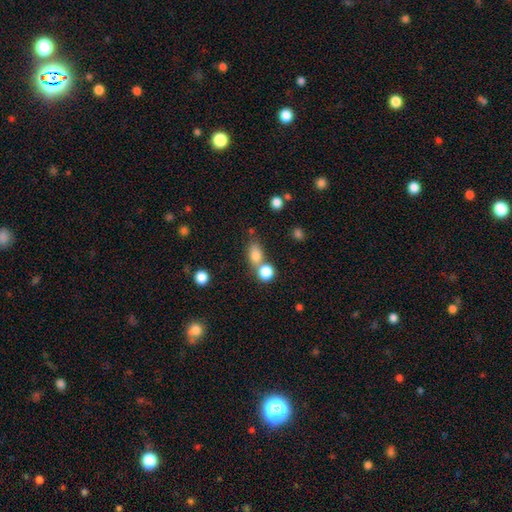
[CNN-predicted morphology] This appears to be a smooth galaxy with no disk features (79%) that is in between round and cigar-shaped (69%). Merging: none (52%).